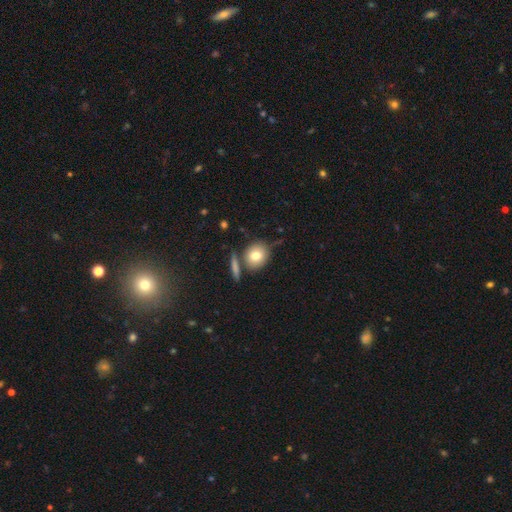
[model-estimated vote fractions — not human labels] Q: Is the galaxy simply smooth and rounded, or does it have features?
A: smooth — 78%.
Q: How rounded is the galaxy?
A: round — 72%.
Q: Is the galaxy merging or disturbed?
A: none — 71%.